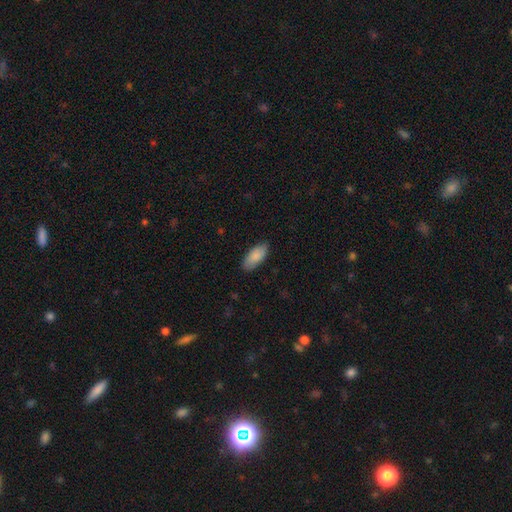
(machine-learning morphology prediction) A smooth galaxy with no disk features (88%) that is in between round and cigar-shaped (88%).

Vote fractions:
- Smooth or featured? smooth: 88% / featured or disk: 6% / star or artifact: 6%
- How rounded? in between: 88% / cigar-shaped: 10% / round: 2%
- Merging? none: 86% / minor disturbance: 11% / major disturbance: 2% / merger: 1%